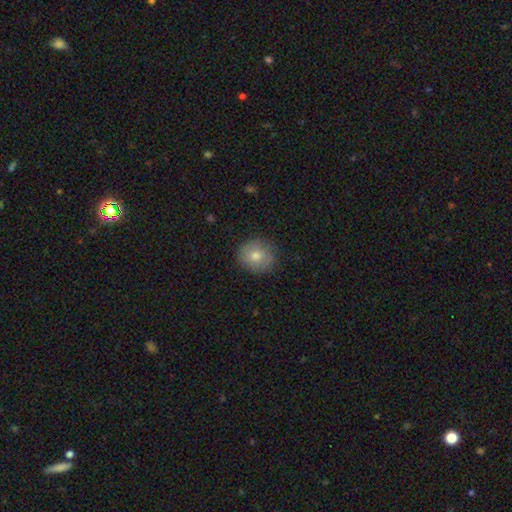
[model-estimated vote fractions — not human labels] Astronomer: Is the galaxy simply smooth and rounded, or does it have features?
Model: smooth — 74%.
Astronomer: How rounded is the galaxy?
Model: round — 84%.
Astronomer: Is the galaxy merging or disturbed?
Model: none — 86%.